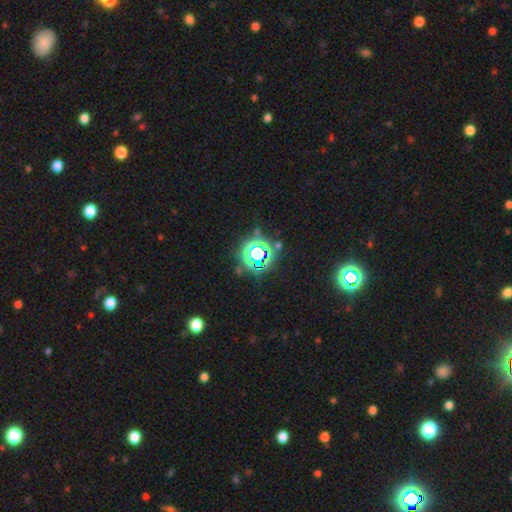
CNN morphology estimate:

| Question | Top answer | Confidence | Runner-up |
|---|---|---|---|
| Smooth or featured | star or artifact | 74% | smooth (16%) |